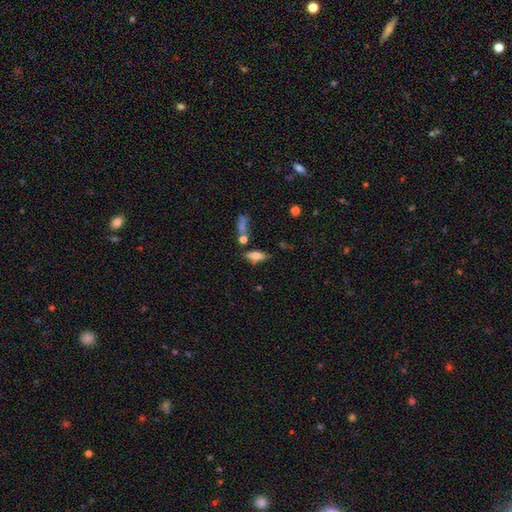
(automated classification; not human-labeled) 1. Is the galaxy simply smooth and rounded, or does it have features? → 63% smooth, 28% featured or disk, 9% star or artifact.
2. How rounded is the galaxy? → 64% in between, 33% cigar-shaped, 4% round.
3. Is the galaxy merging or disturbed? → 64% none, 16% minor disturbance, 14% merger, 6% major disturbance.